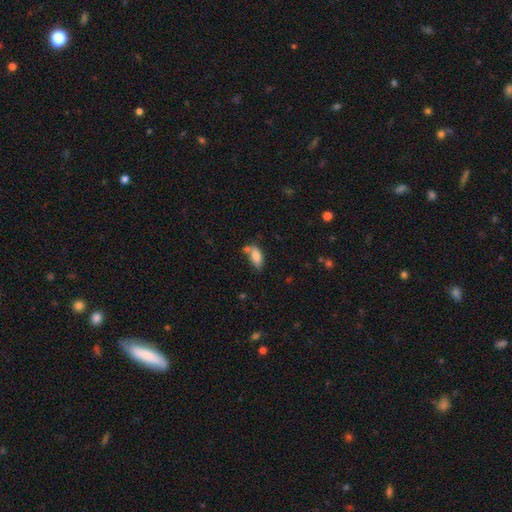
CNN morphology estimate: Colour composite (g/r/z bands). It shows a smooth galaxy with no disk features (82%) that is in between round and cigar-shaped (87%). Merging: none (44%).